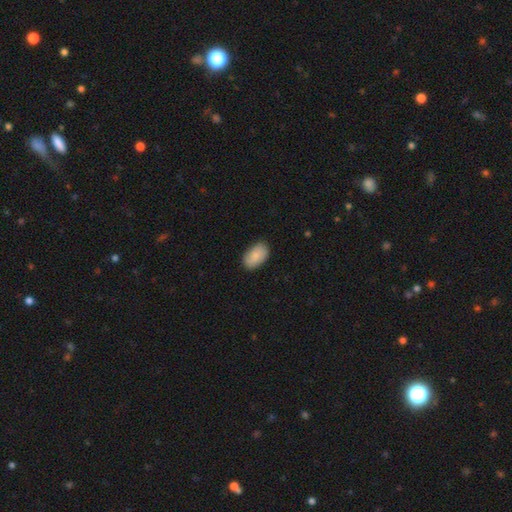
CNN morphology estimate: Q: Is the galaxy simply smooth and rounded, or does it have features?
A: smooth — 87%.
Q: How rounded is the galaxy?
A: in between — 94%.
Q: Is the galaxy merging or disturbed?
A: none — 86%.